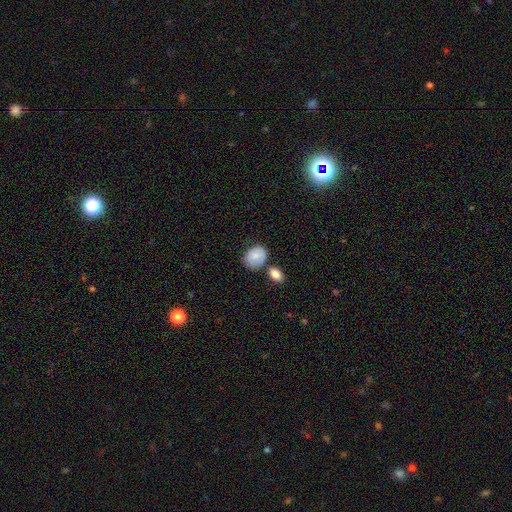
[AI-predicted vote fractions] Smooth or featured: smooth — 82% (featured or disk — 10%)
How rounded: in between — 57% (round — 42%)
Merging: none — 62% (minor disturbance — 20%)